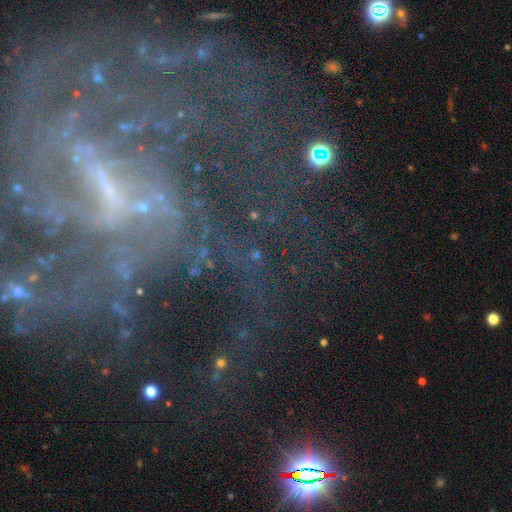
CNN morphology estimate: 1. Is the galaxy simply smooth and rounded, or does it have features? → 68% star or artifact, 17% smooth, 15% featured or disk.